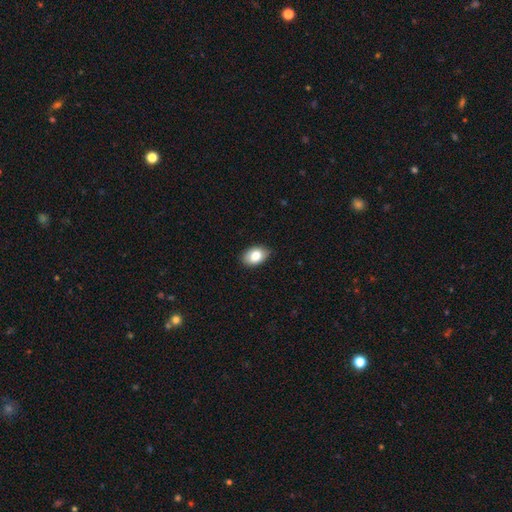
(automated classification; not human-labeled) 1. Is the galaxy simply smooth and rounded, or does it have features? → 82% smooth, 10% featured or disk, 8% star or artifact.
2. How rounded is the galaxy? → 85% in between, 13% round, 1% cigar-shaped.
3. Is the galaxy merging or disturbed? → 84% none, 13% minor disturbance, 2% major disturbance, 1% merger.